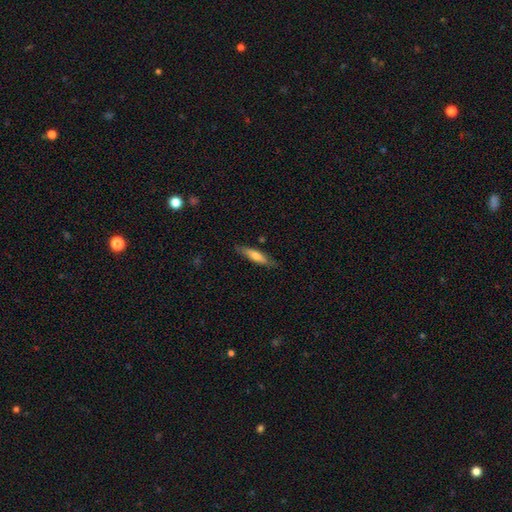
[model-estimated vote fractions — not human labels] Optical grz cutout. It shows a smooth galaxy with no disk features (60%) that is cigar-shaped (77%). Merging: none (82%).